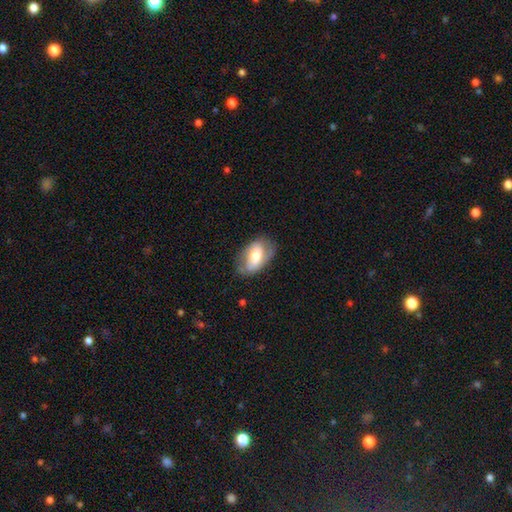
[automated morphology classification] Smooth or featured?
  - smooth: 53% *
  - featured or disk: 40%
  - star or artifact: 7%
How rounded?
  - in between: 91% *
  - round: 6%
  - cigar-shaped: 2%
Merging?
  - none: 66% *
  - minor disturbance: 24%
  - major disturbance: 9%
  - merger: 2%